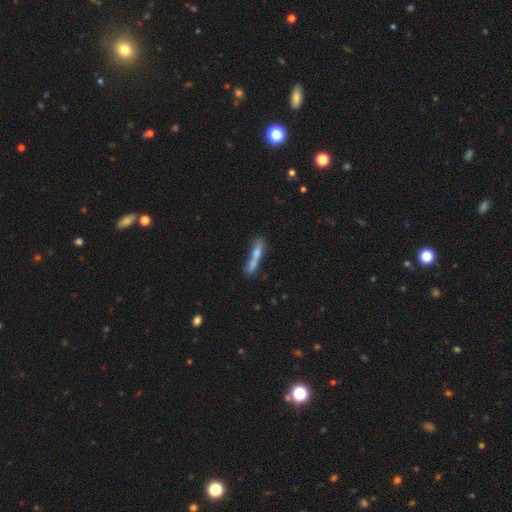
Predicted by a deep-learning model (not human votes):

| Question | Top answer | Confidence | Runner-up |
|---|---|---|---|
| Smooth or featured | smooth | 59% | featured or disk (32%) |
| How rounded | cigar-shaped | 83% | in between (14%) |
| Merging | none | 41% | merger (34%) |